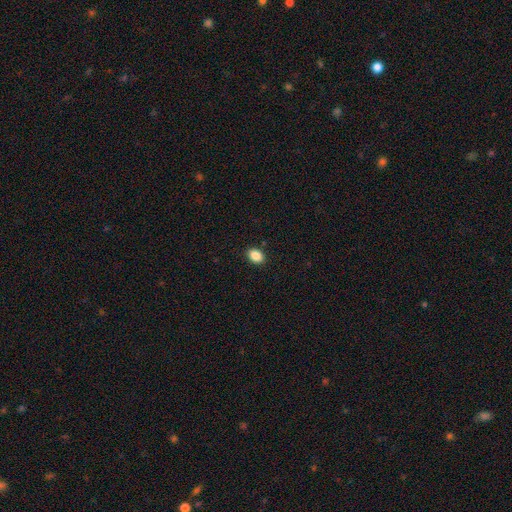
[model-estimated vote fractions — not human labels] This appears to be a smooth galaxy with no disk features (87%) that is in between round and cigar-shaped (75%). Merging: none (89%).